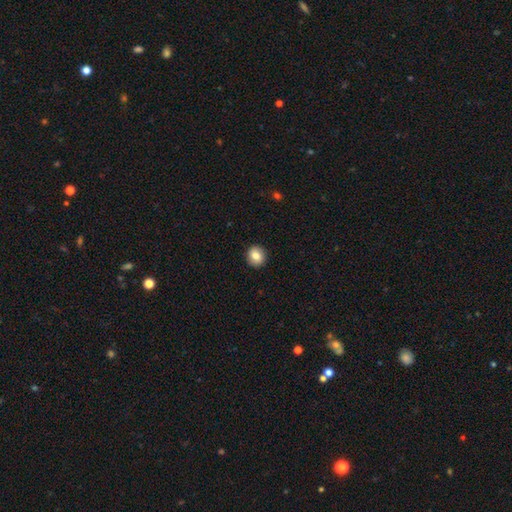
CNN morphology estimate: This is clearly a smooth galaxy (83%). How rounded: clearly round (81%). Merging: clearly none (91%).